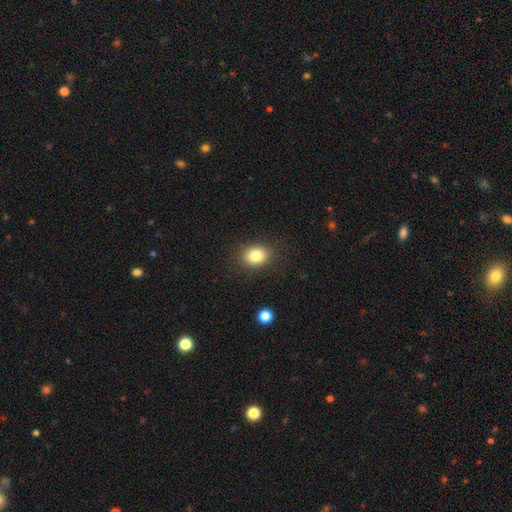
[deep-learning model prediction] This appears to be a smooth galaxy with no disk features (82%) that is in between round and cigar-shaped (55%). Merging: none (87%).